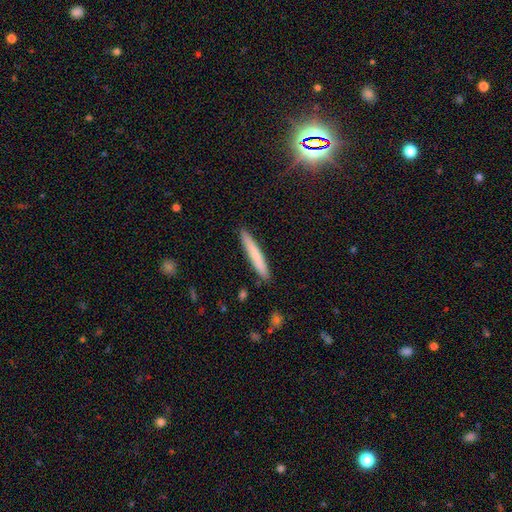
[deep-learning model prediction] This is likely a smooth galaxy (73%). How rounded: clearly cigar-shaped (95%). Merging: clearly none (90%).